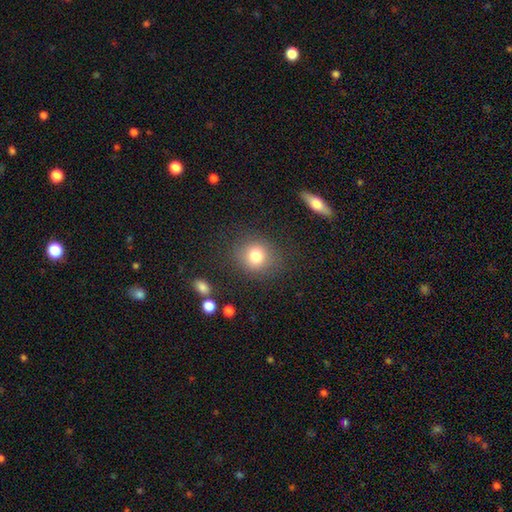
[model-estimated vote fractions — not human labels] Overall: smooth (80%). How rounded: round (81%). Merging: none (82%).